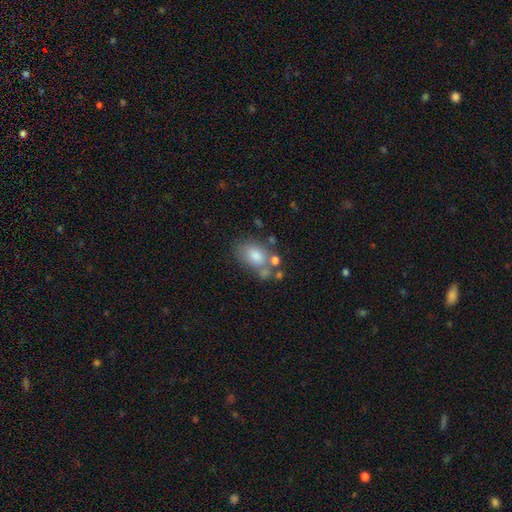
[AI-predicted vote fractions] A smooth galaxy with no disk features (74%) that is in between round and cigar-shaped (82%). Merging: none (52%).